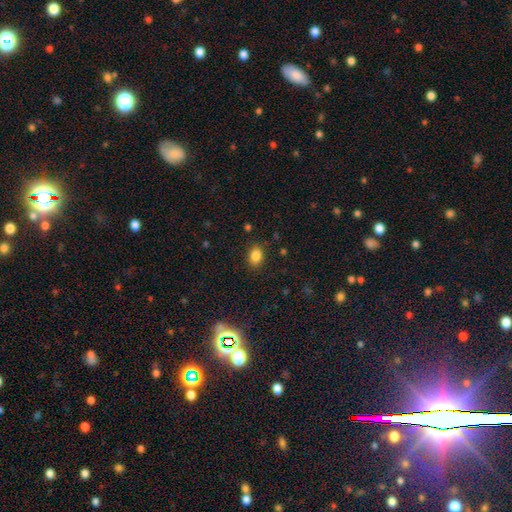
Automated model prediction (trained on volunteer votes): Smooth or featured? smooth (84%)
How rounded? in between (73%)
Merging? none (86%)